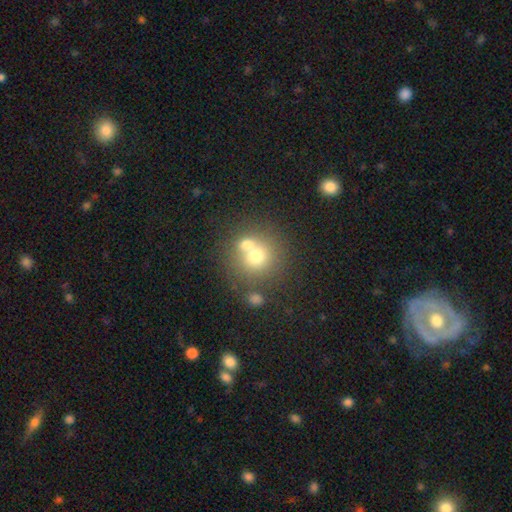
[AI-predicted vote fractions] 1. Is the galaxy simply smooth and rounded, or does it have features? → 68% smooth, 18% featured or disk, 14% star or artifact.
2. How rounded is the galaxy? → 88% round, 11% in between, 1% cigar-shaped.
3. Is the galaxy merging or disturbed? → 48% none, 41% merger, 8% minor disturbance, 4% major disturbance.